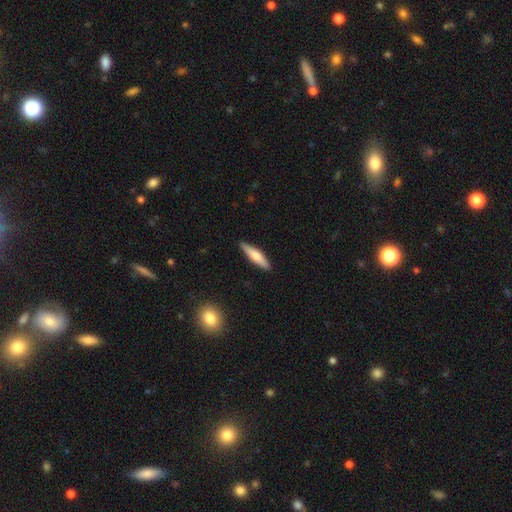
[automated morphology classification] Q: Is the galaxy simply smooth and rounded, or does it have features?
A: smooth — 58%.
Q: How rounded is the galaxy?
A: cigar-shaped — 81%.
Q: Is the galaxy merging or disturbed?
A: none — 90%.